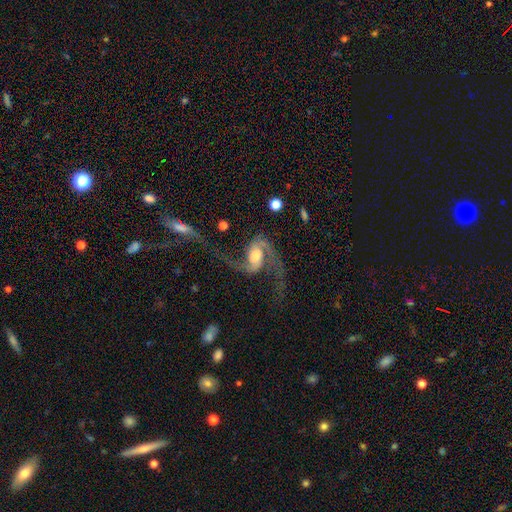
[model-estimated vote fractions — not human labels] Smooth or featured?
  - featured or disk: 90% *
  - smooth: 5%
  - star or artifact: 5%
Edge-on disk?
  - no: 97% *
  - yes: 3%
Bar?
  - weak: 42% *
  - no: 39%
  - strong: 19%
Spiral arms?
  - yes: 97% *
  - no: 3%
Spiral winding?
  - loose: 73% *
  - medium: 22%
  - tight: 5%
Spiral arm count?
  - 2: 93% *
  - 1: 2%
  - can't tell: 2%
  - 3: 1%
  - 4: 1%
  - more than 4: 1%
Bulge size?
  - moderate: 63% *
  - small: 18%
  - large: 15%
  - none: 2%
  - dominant: 2%
Merging?
  - none: 54% *
  - major disturbance: 26%
  - minor disturbance: 15%
  - merger: 6%